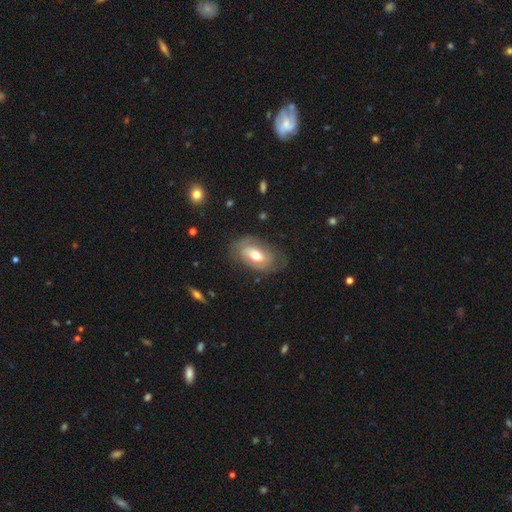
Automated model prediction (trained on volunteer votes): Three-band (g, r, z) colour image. It shows a featured or disk galaxy (55%). Merging: none (69%).